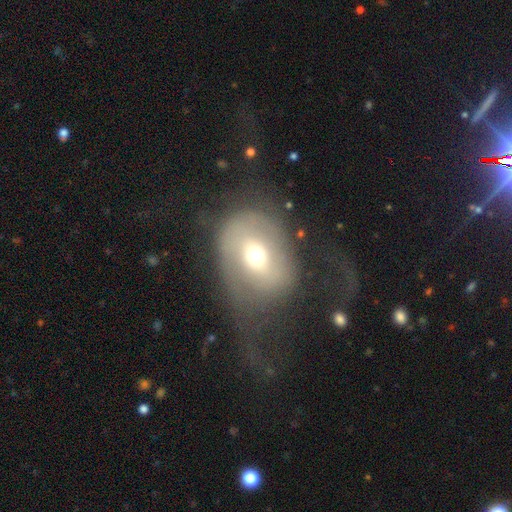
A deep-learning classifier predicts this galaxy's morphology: Smooth or featured? Predicted: featured or disk (p=0.46). Merging? Predicted: major disturbance (p=0.48).